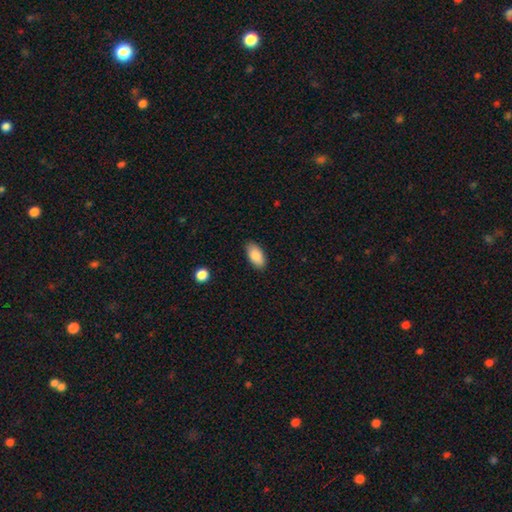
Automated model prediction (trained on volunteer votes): smooth_or_featured: smooth (p=0.88) [alt: star or artifact p=0.07]
how_rounded: in between (p=0.93) [alt: cigar-shaped p=0.05]
merging: none (p=0.87) [alt: minor disturbance p=0.10]